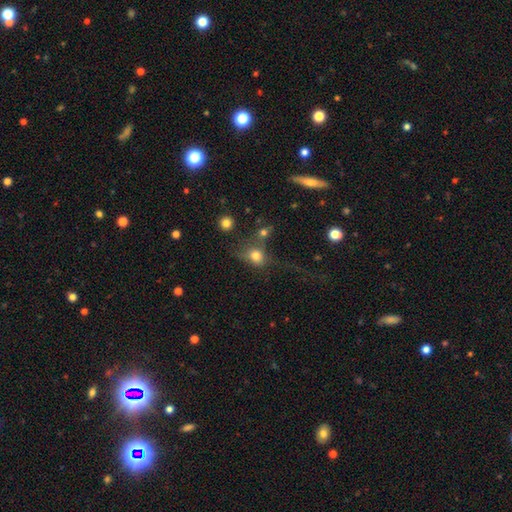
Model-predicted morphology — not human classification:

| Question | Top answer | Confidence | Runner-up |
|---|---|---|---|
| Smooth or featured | smooth | 75% | star or artifact (14%) |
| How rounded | round | 66% | in between (31%) |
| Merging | none | 40% | merger (23%) |